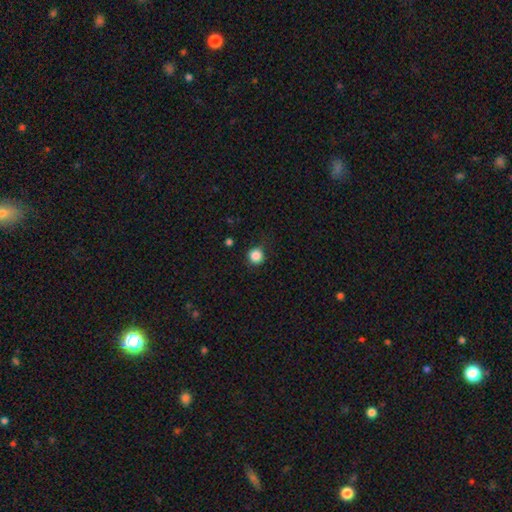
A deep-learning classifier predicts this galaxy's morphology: smooth_or_featured: smooth (p=0.86) [alt: star or artifact p=0.10]
how_rounded: round (p=0.94) [alt: in between p=0.05]
merging: none (p=0.83) [alt: minor disturbance p=0.12]